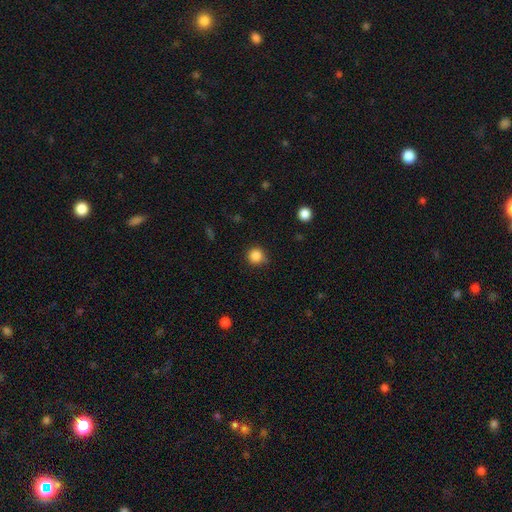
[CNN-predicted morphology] Q: Smooth or featured?
A: smooth (85%); runner-up: star or artifact (11%)
Q: How rounded?
A: round (93%); runner-up: in between (6%)
Q: Merging?
A: none (81%); runner-up: minor disturbance (14%)